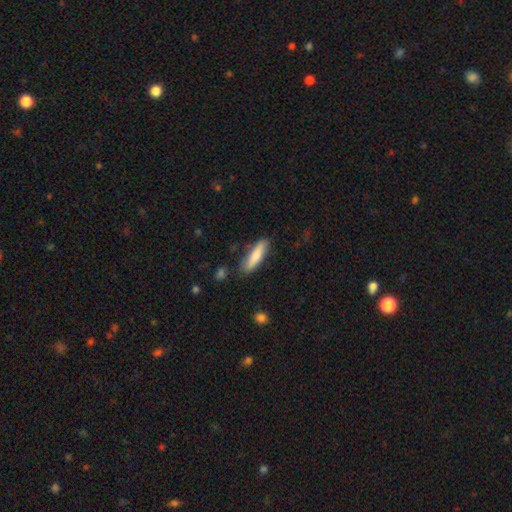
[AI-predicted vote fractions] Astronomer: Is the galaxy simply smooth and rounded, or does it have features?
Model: smooth — 79%.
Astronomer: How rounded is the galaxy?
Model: cigar-shaped — 67%.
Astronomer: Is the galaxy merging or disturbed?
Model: none — 80%.